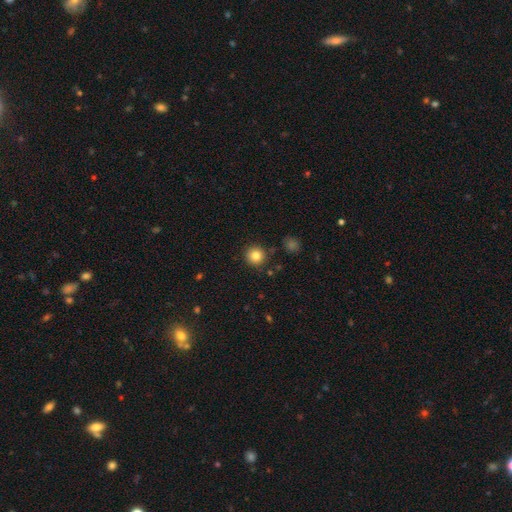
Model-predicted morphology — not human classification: smooth 83%, star or artifact 11%, featured or disk 6%. Down the decision tree: how rounded — round (94%); merging — none (89%).